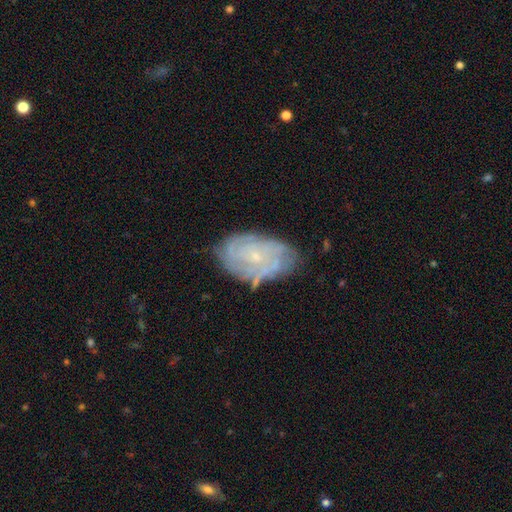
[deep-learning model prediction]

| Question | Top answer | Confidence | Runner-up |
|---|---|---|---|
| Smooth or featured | featured or disk | 67% | smooth (24%) |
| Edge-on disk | no | 96% | yes (4%) |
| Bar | no | 79% | weak (18%) |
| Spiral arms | yes | 72% | no (28%) |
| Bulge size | small | 77% | moderate (15%) |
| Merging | none | 67% | minor disturbance (22%) |